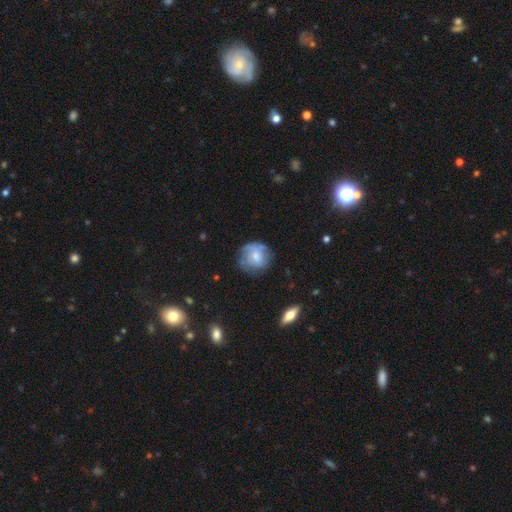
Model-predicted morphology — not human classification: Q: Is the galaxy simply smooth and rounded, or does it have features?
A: smooth — 50%.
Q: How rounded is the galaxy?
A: round — 83%.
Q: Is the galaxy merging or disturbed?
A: none — 65%.